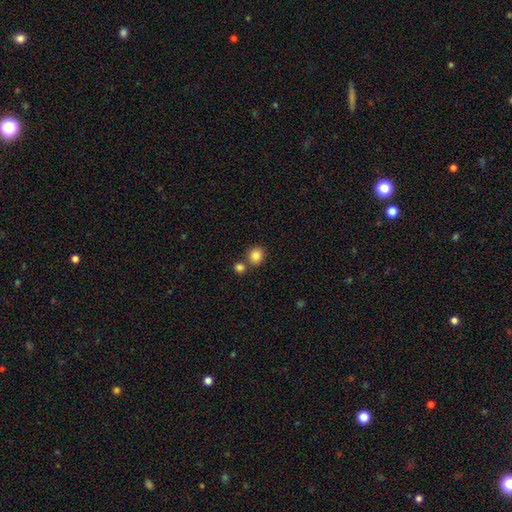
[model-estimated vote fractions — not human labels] Smooth or featured? Predicted: smooth (p=0.85). How rounded? Predicted: round (p=0.82). Merging? Predicted: none (p=0.68).